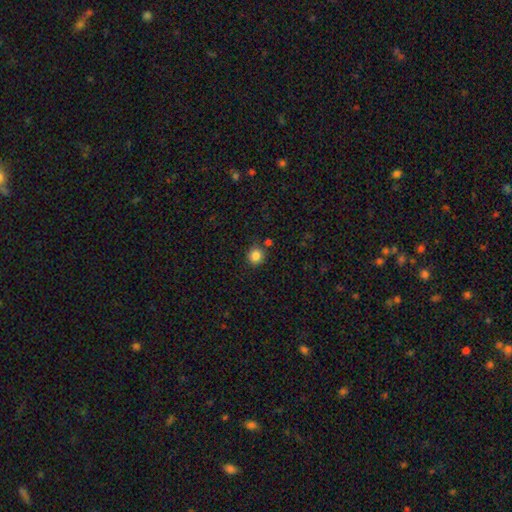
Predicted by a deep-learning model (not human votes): A smooth galaxy with no disk features (85%) that is round (89%).

Vote fractions:
- Smooth or featured? smooth: 85% / star or artifact: 11% / featured or disk: 4%
- How rounded? round: 89% / in between: 10% / cigar-shaped: 1%
- Merging? none: 79% / minor disturbance: 11% / merger: 7% / major disturbance: 3%